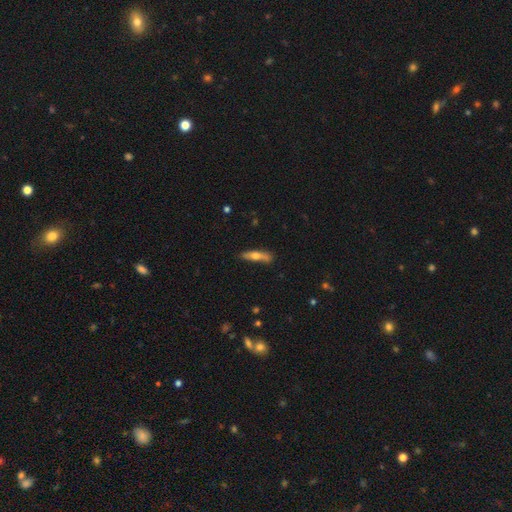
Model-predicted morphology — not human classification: Q: Smooth or featured?
A: smooth (56%); runner-up: featured or disk (38%)
Q: How rounded?
A: cigar-shaped (79%); runner-up: in between (19%)
Q: Merging?
A: none (74%); runner-up: minor disturbance (18%)